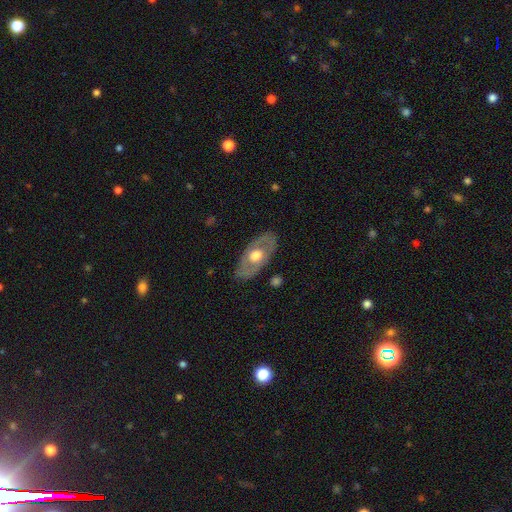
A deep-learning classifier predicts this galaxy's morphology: Q: Smooth or featured?
A: featured or disk (55%); runner-up: smooth (40%)
Q: Edge-on disk?
A: no (82%); runner-up: yes (18%)
Q: Merging?
A: none (81%); runner-up: minor disturbance (13%)